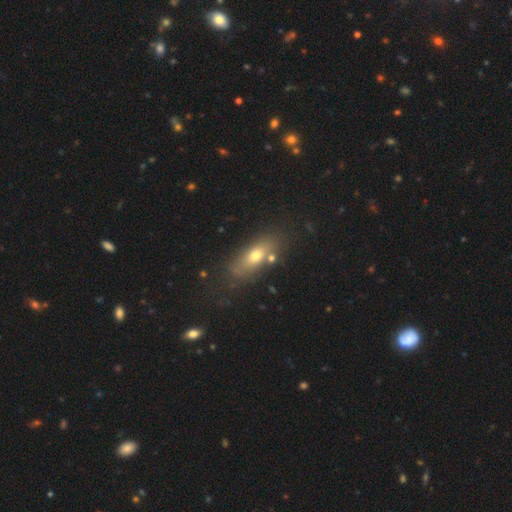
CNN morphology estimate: A smooth galaxy with no disk features (63%) that is in between round and cigar-shaped (72%).

Vote fractions:
- Smooth or featured? smooth: 63% / featured or disk: 27% / star or artifact: 10%
- How rounded? in between: 72% / cigar-shaped: 22% / round: 6%
- Merging? none: 71% / minor disturbance: 16% / merger: 7% / major disturbance: 6%